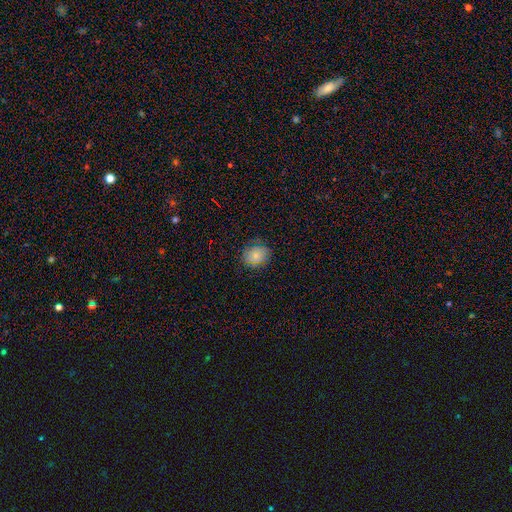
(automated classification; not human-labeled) Smooth or featured: smooth — 77% (featured or disk — 13%)
How rounded: round — 67% (in between — 32%)
Merging: none — 76% (minor disturbance — 18%)